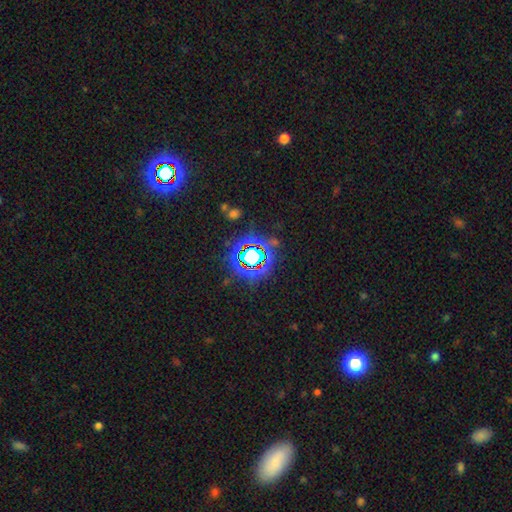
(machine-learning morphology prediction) smooth-or-featured: star or artifact: 79% | smooth: 13% | featured or disk: 8%